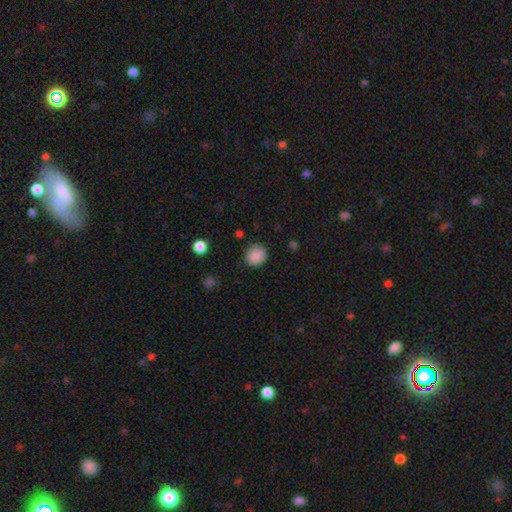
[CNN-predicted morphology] The model was most divided on "how rounded": round: 86%, in between: 13%, cigar-shaped: 1%. More confident: smooth or featured — smooth (88%); merging — none (86%).